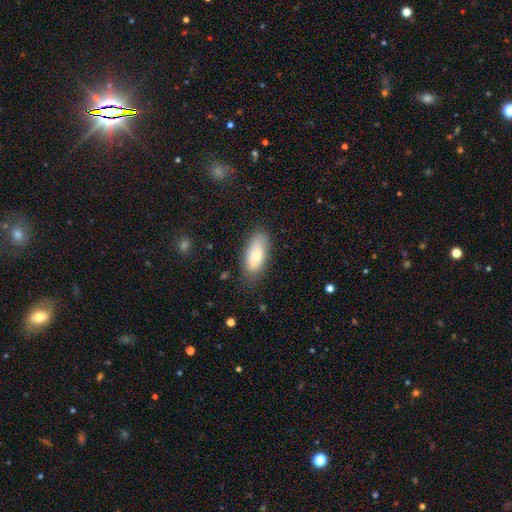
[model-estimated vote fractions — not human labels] smooth 79%, featured or disk 15%, star or artifact 6%. Down the decision tree: how rounded — in between (83%); merging — none (78%).